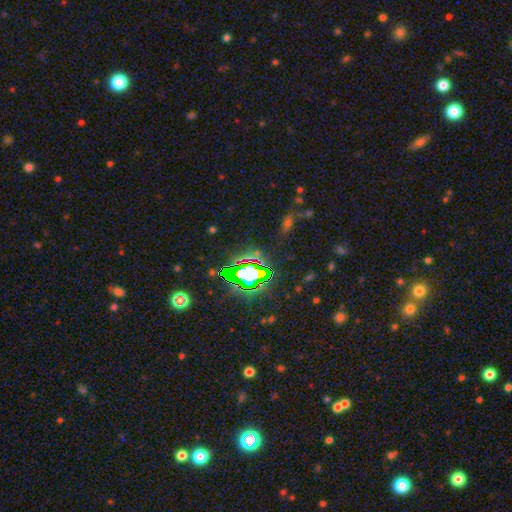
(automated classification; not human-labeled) smooth_or_featured: star or artifact (p=0.74) [alt: smooth p=0.15]